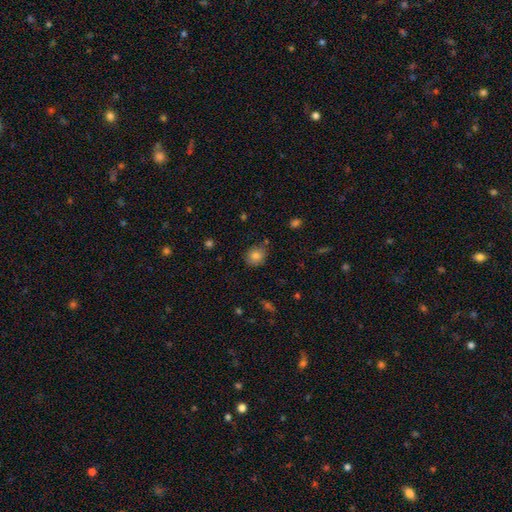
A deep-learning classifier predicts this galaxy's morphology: The model was most divided on "how rounded": round: 73%, in between: 26%, cigar-shaped: 1%. More confident: smooth or featured — smooth (82%); merging — none (81%).